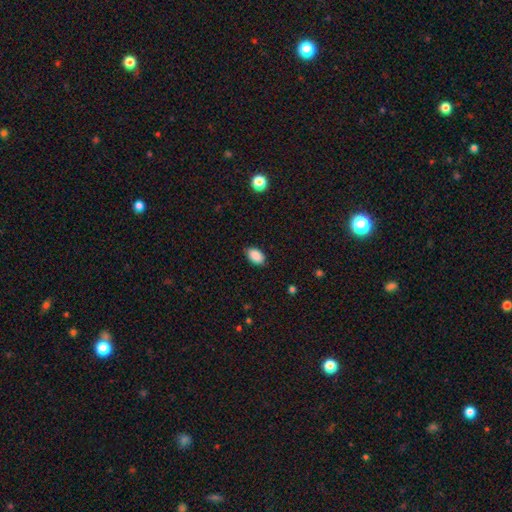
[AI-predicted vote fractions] smooth 90%, star or artifact 7%, featured or disk 3%. Down the decision tree: how rounded — in between (92%); merging — none (87%).